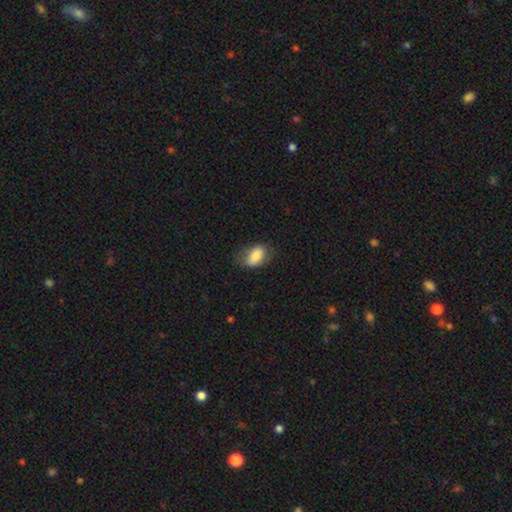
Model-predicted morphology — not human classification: This appears to be a smooth galaxy with no disk features (79%) that is in between round and cigar-shaped (88%). Merging: none (64%).